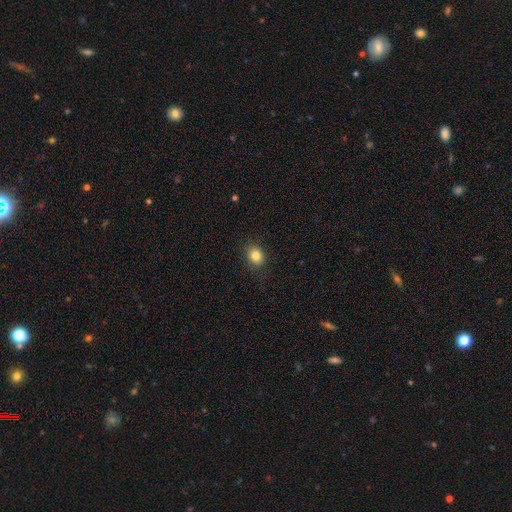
A smooth galaxy with no disk features (78%) that is in between round and cigar-shaped (52%).

Vote fractions:
- Smooth or featured? smooth: 78% / star or artifact: 12% / featured or disk: 10%
- How rounded? in between: 52% / round: 48% / cigar-shaped: 0%
- Merging? none: 91% / minor disturbance: 9% / major disturbance: 0% / merger: 0%